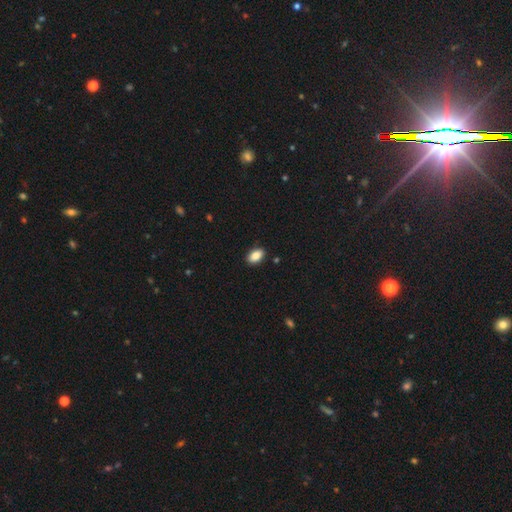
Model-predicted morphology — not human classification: Overall: smooth (87%). How rounded: in between (90%). Merging: none (89%).